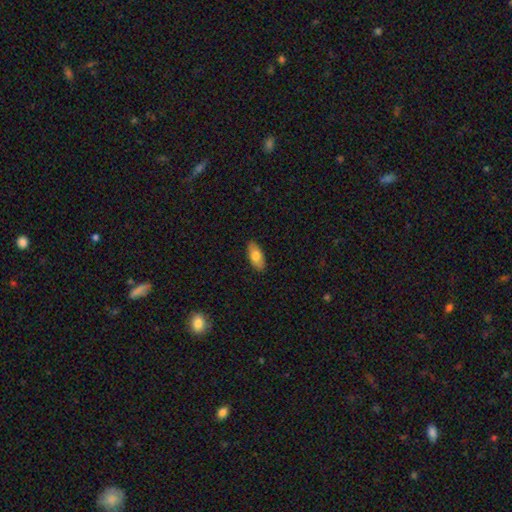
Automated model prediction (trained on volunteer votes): Q: Smooth or featured?
A: smooth (75%); runner-up: featured or disk (19%)
Q: How rounded?
A: in between (87%); runner-up: cigar-shaped (11%)
Q: Merging?
A: none (88%); runner-up: minor disturbance (9%)